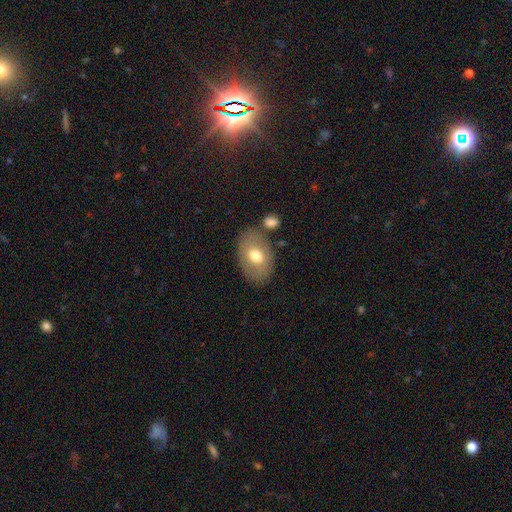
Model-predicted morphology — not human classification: Smooth or featured?
  - smooth: 69% *
  - featured or disk: 25%
  - star or artifact: 7%
How rounded?
  - in between: 85% *
  - round: 13%
  - cigar-shaped: 1%
Merging?
  - none: 73% *
  - minor disturbance: 14%
  - merger: 8%
  - major disturbance: 5%